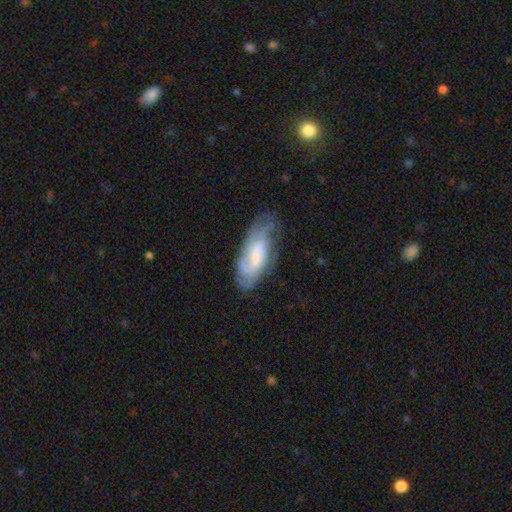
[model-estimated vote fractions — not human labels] A featured or disk galaxy (65%) with no bar (55%), spiral arms (85%) and a moderate central bulge (31%). Merging: none (57%).